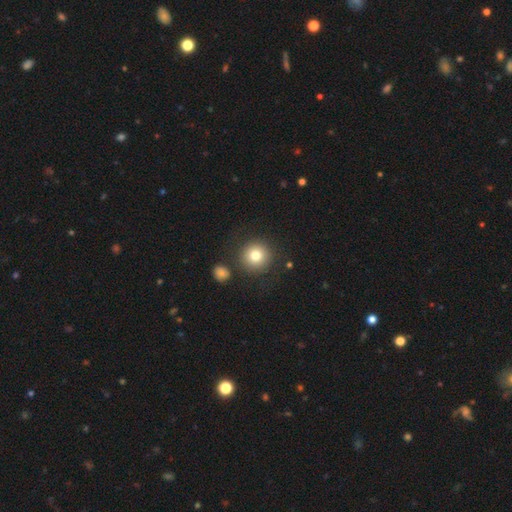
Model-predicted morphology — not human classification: smooth_or_featured: smooth (p=0.80) [alt: star or artifact p=0.11]
how_rounded: round (p=0.95) [alt: in between p=0.05]
merging: none (p=0.84) [alt: minor disturbance p=0.08]